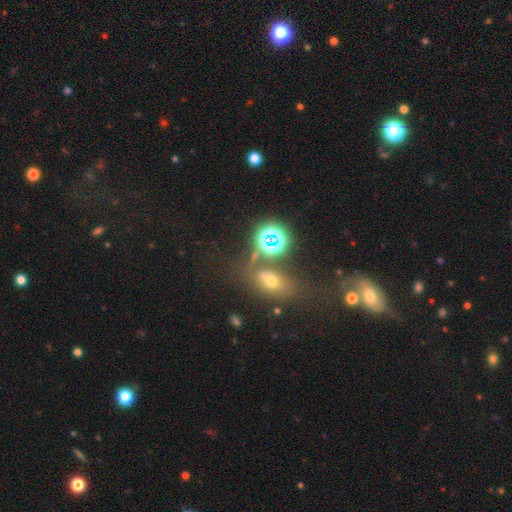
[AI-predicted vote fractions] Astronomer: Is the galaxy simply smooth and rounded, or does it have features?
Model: star or artifact — 47% (runner-up: smooth, 37%).